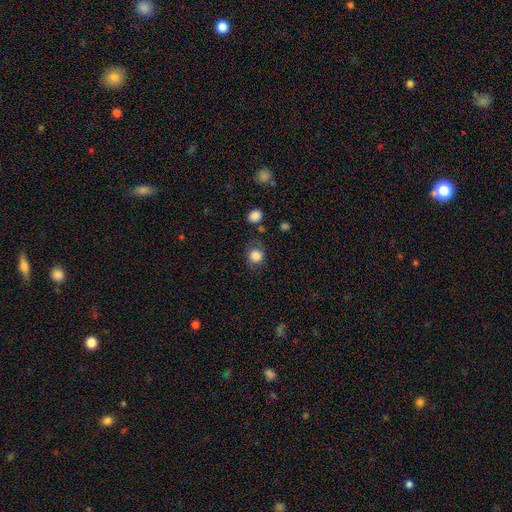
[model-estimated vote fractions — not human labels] The model was most divided on "merging": none: 65%, minor disturbance: 23%, major disturbance: 10%, merger: 3%. More confident: smooth or featured — smooth (80%); how rounded — round (75%).